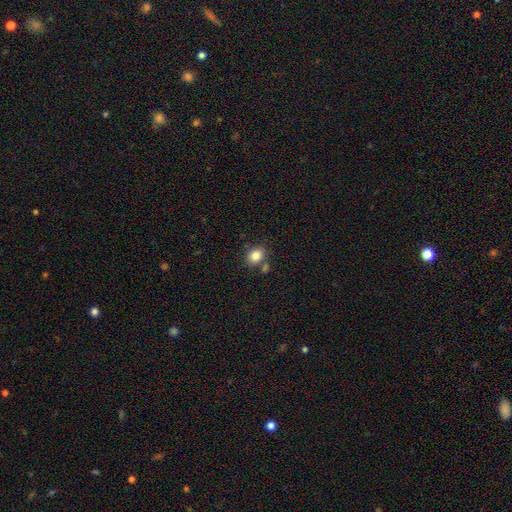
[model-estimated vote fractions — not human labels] smooth 83%, star or artifact 10%, featured or disk 6%. Down the decision tree: how rounded — round (56%); merging — none (71%).